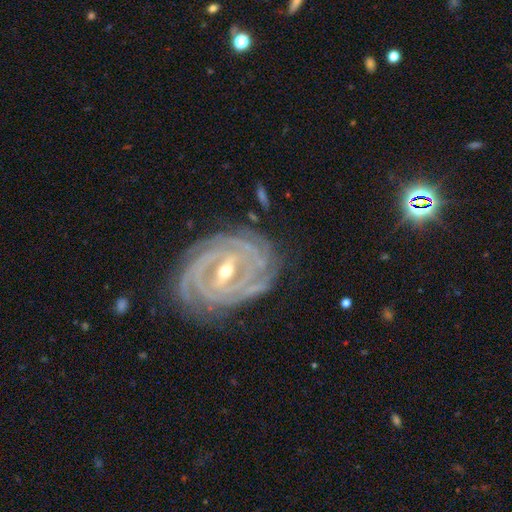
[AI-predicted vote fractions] A featured or disk galaxy (92%) with a strong bar (56%), 3 (24%) tight (85%) spiral arms (98%) and a moderate central bulge (56%).

Vote fractions:
- Smooth or featured? featured or disk: 92% / star or artifact: 5% / smooth: 4%
- Edge-on disk? no: 96% / yes: 4%
- Bar? strong: 56% / weak: 34% / no: 10%
- Spiral arms? yes: 98% / no: 2%
- Spiral winding? tight: 85% / medium: 13% / loose: 2%
- Spiral arm count? 3: 24% / 4: 22% / can't tell: 20% / 2: 17% / more than 4: 10% / 1: 7%
- Bulge size? moderate: 56% / small: 40% / large: 2% / none: 1% / dominant: 1%
- Merging? none: 79% / minor disturbance: 15% / major disturbance: 5% / merger: 1%